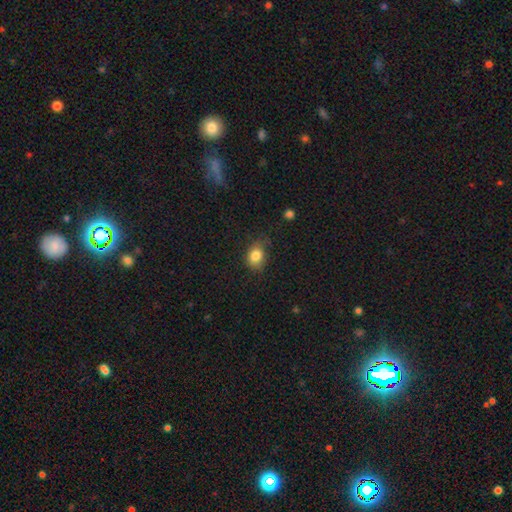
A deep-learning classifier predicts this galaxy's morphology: Q: Smooth or featured?
A: smooth (83%); runner-up: star or artifact (10%)
Q: How rounded?
A: in between (55%); runner-up: round (44%)
Q: Merging?
A: none (67%); runner-up: minor disturbance (25%)